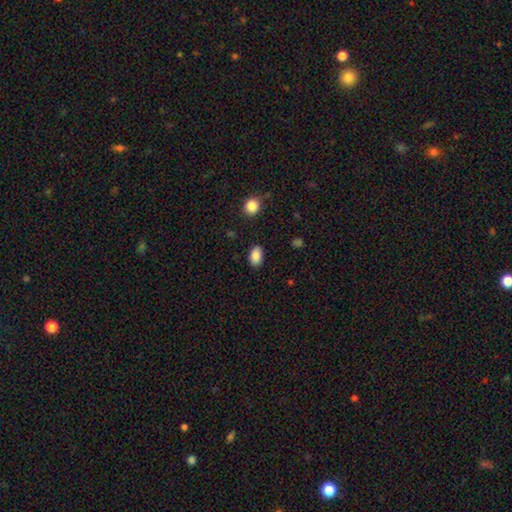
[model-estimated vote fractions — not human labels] smooth_or_featured: smooth (p=0.88) [alt: star or artifact p=0.08]
how_rounded: in between (p=0.89) [alt: round p=0.10]
merging: none (p=0.86) [alt: minor disturbance p=0.10]